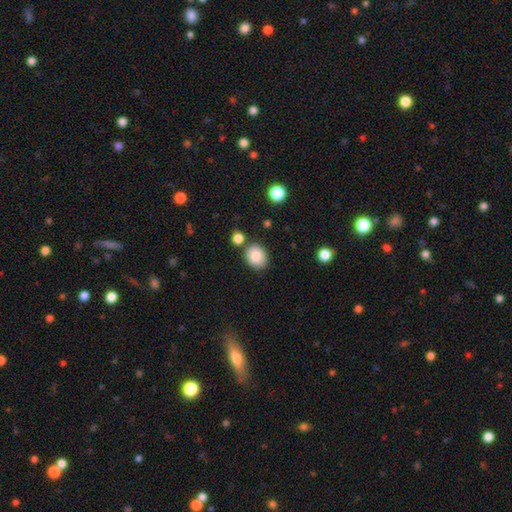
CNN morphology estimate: The model was most divided on "how rounded": round: 60%, in between: 39%, cigar-shaped: 1%. More confident: smooth or featured — smooth (86%); merging — none (79%).